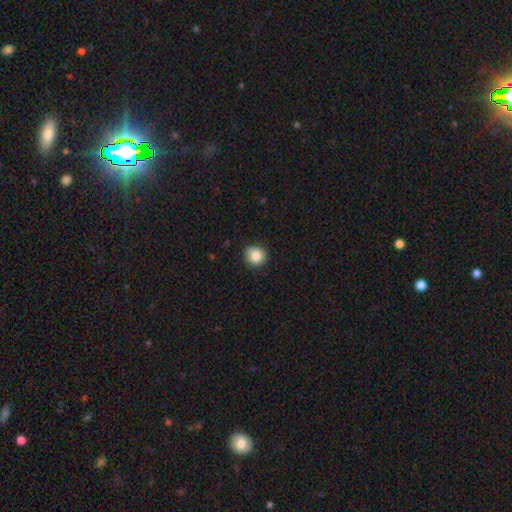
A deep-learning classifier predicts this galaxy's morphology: smooth_or_featured: smooth (p=0.84) [alt: star or artifact p=0.10]
how_rounded: round (p=0.90) [alt: in between p=0.09]
merging: none (p=0.78) [alt: minor disturbance p=0.18]